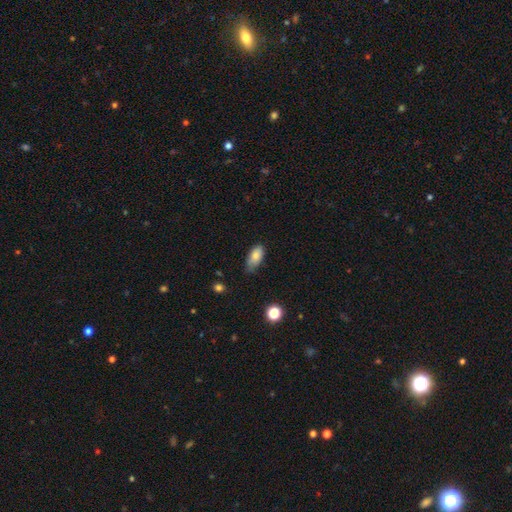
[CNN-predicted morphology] Q: Smooth or featured?
A: smooth (81%); runner-up: featured or disk (11%)
Q: How rounded?
A: in between (90%); runner-up: cigar-shaped (5%)
Q: Merging?
A: none (53%); runner-up: minor disturbance (38%)